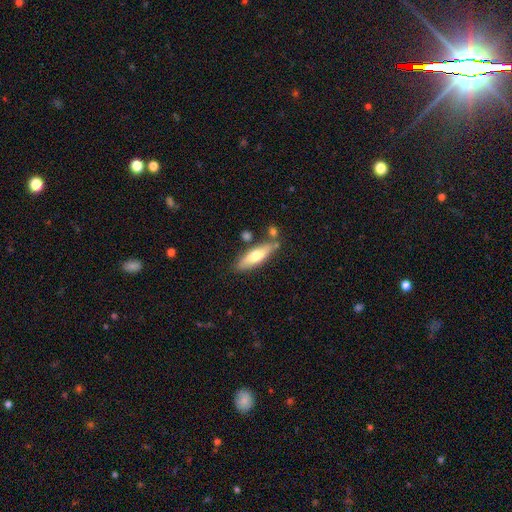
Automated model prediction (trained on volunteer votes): Q: Smooth or featured?
A: smooth (60%); runner-up: featured or disk (34%)
Q: How rounded?
A: cigar-shaped (56%); runner-up: in between (42%)
Q: Merging?
A: none (71%); runner-up: minor disturbance (16%)